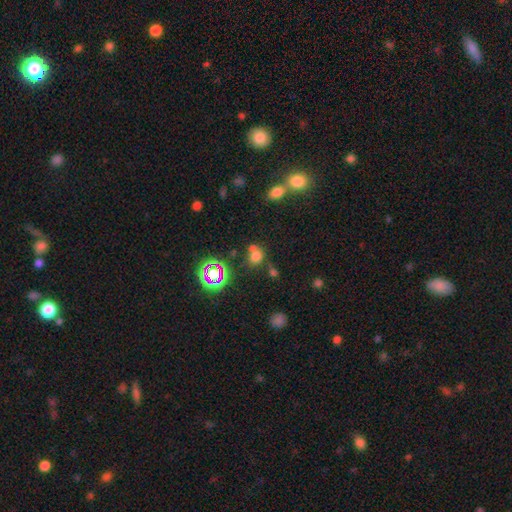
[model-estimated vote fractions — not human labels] A smooth galaxy with no disk features (65%) that is round (75%).

Vote fractions:
- Smooth or featured? smooth: 65% / star or artifact: 26% / featured or disk: 9%
- How rounded? round: 75% / in between: 24% / cigar-shaped: 1%
- Merging? none: 54% / merger: 29% / minor disturbance: 12% / major disturbance: 5%